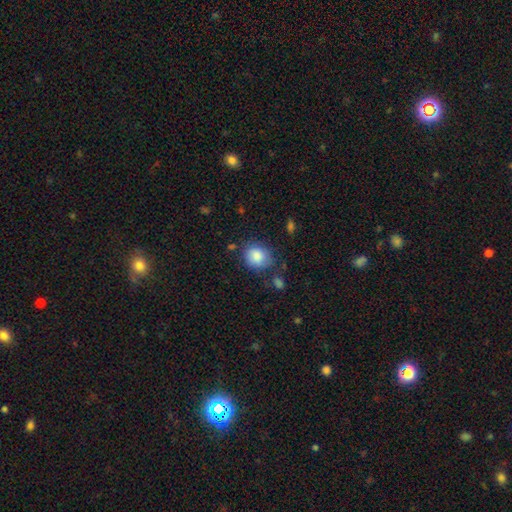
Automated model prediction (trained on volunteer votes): Smooth or featured? smooth (86%)
How rounded? round (65%)
Merging? none (69%)